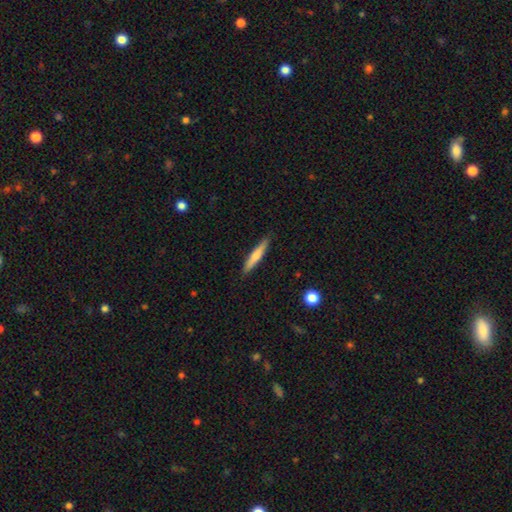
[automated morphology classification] Smooth or featured: smooth — 68% (featured or disk — 26%)
How rounded: cigar-shaped — 92% (in between — 7%)
Merging: none — 89% (minor disturbance — 8%)